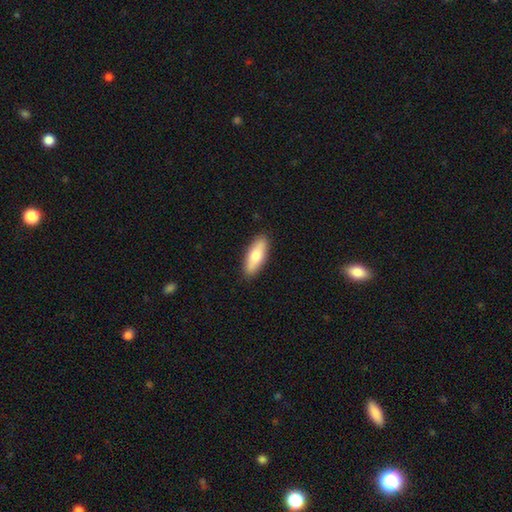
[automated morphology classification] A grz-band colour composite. It shows a smooth galaxy with no disk features (74%) that is in between round and cigar-shaped (62%). Merging: none (89%).